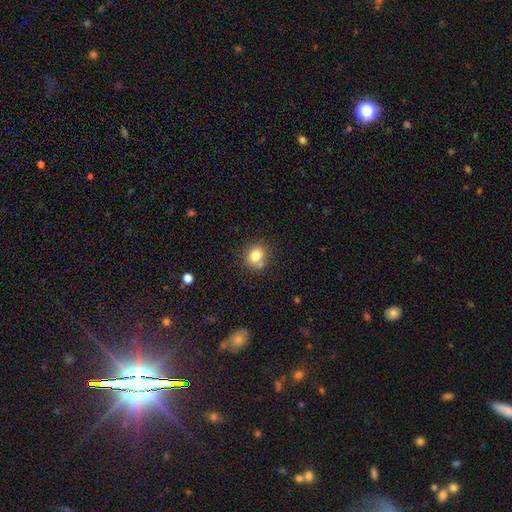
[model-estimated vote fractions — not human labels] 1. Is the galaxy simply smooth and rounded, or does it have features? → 79% smooth, 11% star or artifact, 9% featured or disk.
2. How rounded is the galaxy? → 76% round, 23% in between, 1% cigar-shaped.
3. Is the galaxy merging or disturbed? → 70% none, 14% merger, 13% minor disturbance, 4% major disturbance.